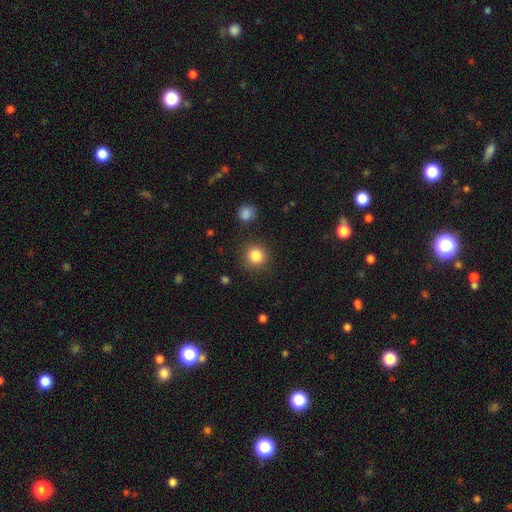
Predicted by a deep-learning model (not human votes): Smooth or featured?
  - smooth: 85% *
  - star or artifact: 10%
  - featured or disk: 5%
How rounded?
  - round: 93% *
  - in between: 7%
  - cigar-shaped: 1%
Merging?
  - none: 87% *
  - minor disturbance: 7%
  - major disturbance: 3%
  - merger: 3%